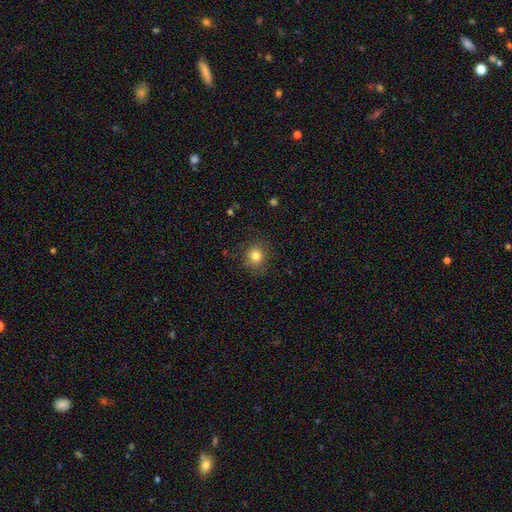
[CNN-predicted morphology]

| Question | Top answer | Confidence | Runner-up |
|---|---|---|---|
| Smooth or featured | smooth | 80% | star or artifact (12%) |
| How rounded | round | 82% | in between (17%) |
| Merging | none | 84% | minor disturbance (11%) |